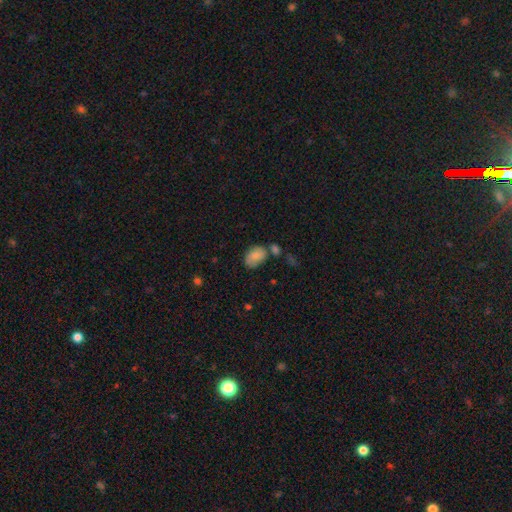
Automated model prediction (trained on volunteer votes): This is clearly a smooth galaxy (83%). How rounded: clearly in between (84%). Merging: possibly none (57%).